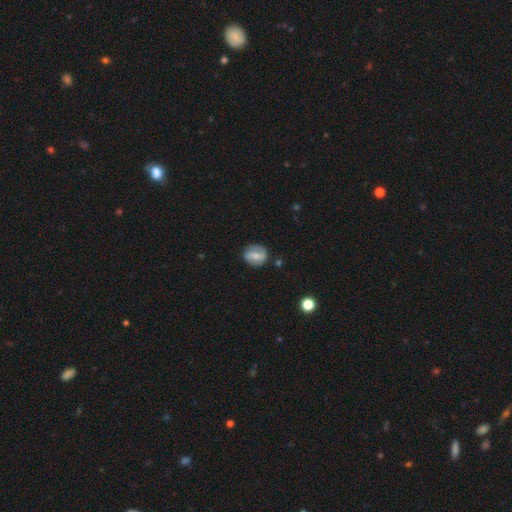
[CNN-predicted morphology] featured or disk 59%, smooth 35%, star or artifact 7%. Down the decision tree: edge-on disk — no (95%); bar — strong (45%); spiral arms — yes (67%); bulge size — moderate (57%); merging — none (80%).